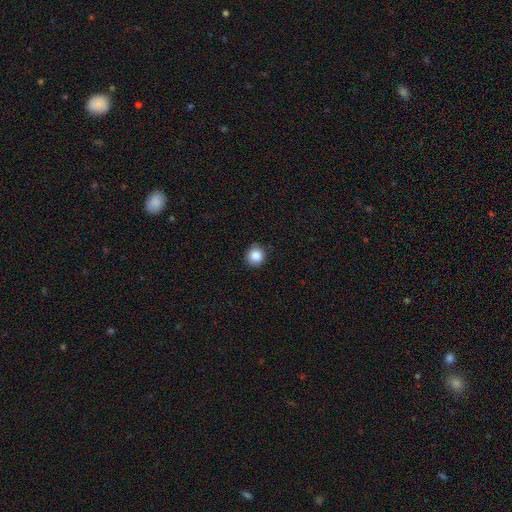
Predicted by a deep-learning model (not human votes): Smooth or featured? smooth (87%)
How rounded? round (92%)
Merging? none (87%)